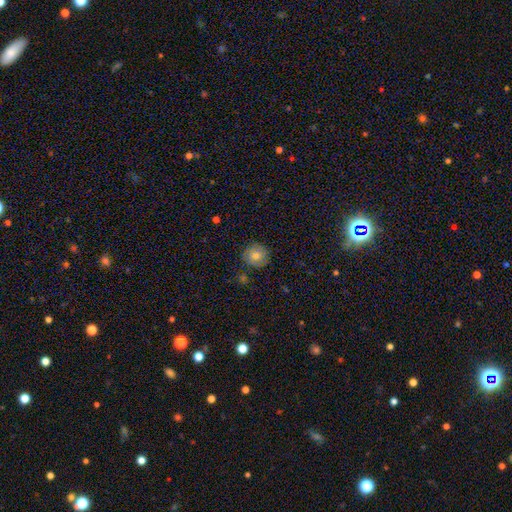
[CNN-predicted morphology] type=smooth (74%); roundness=round (92%); merging=none (86%).